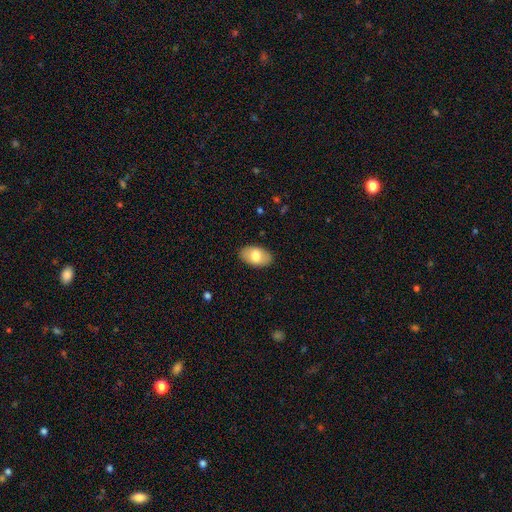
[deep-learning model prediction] Smooth or featured?
  - smooth: 72% *
  - featured or disk: 22%
  - star or artifact: 6%
How rounded?
  - in between: 93% *
  - round: 5%
  - cigar-shaped: 1%
Merging?
  - none: 88% *
  - minor disturbance: 9%
  - major disturbance: 2%
  - merger: 1%